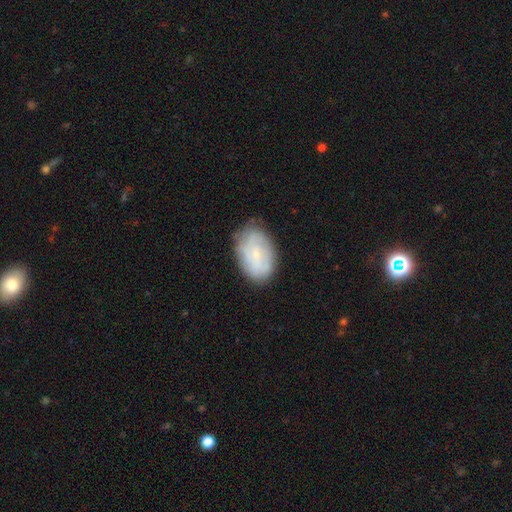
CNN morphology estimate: The model was most divided on "smooth or featured": smooth: 49%, featured or disk: 43%, star or artifact: 8%. More confident: merging — none (74%).